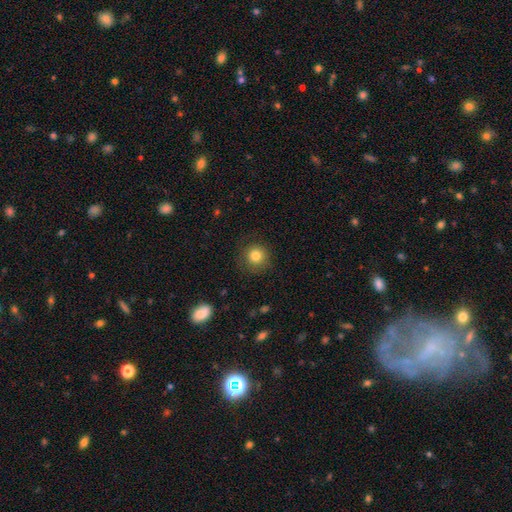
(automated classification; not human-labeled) smooth_or_featured: smooth (p=0.82) [alt: star or artifact p=0.11]
how_rounded: round (p=0.93) [alt: in between p=0.06]
merging: none (p=0.83) [alt: minor disturbance p=0.11]